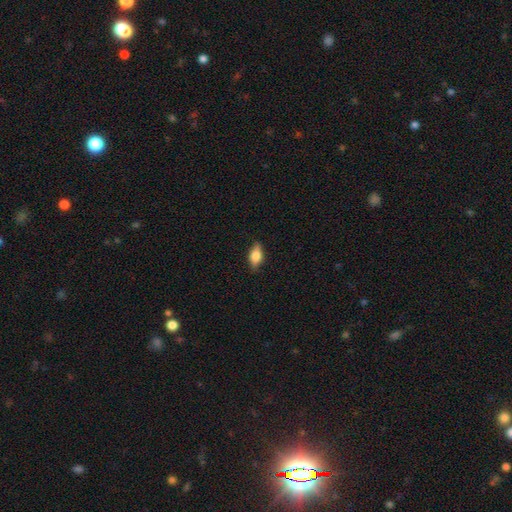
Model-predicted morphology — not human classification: A smooth galaxy with no disk features (70%) that is in between round and cigar-shaped (83%). Merging: none (83%).